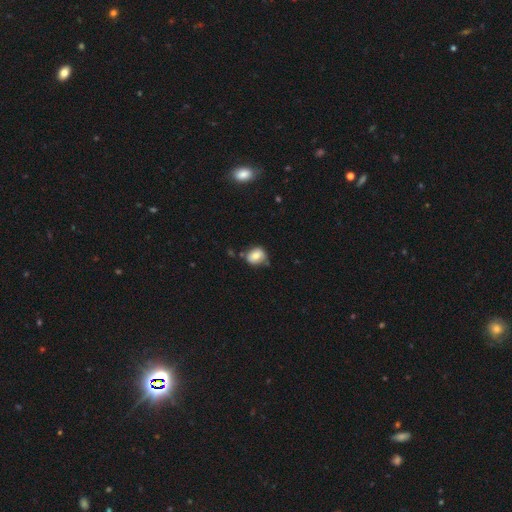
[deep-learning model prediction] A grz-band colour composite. It shows a smooth galaxy with no disk features (77%) that is round (53%). Merging: none (58%).